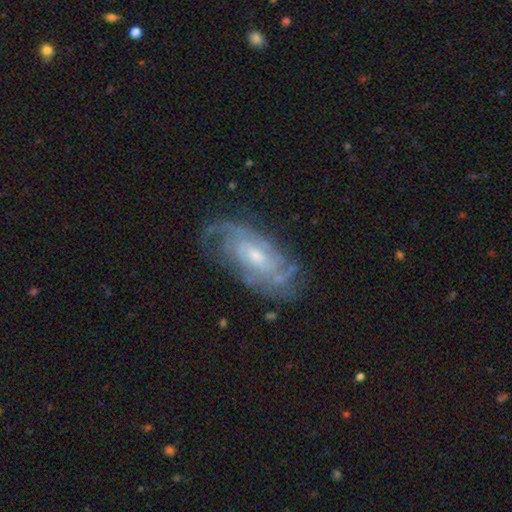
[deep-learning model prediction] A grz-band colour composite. It shows a featured or disk galaxy (87%) with no bar (54%), tight (60%) spiral arms (96%) and a small central bulge (53%). Merging: none (74%).